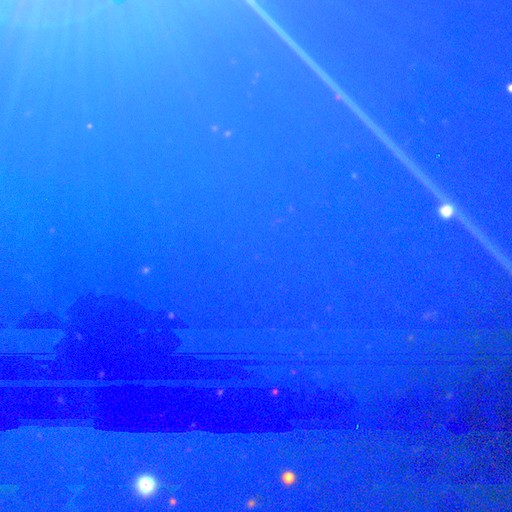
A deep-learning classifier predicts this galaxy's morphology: type=star or artifact (82%).